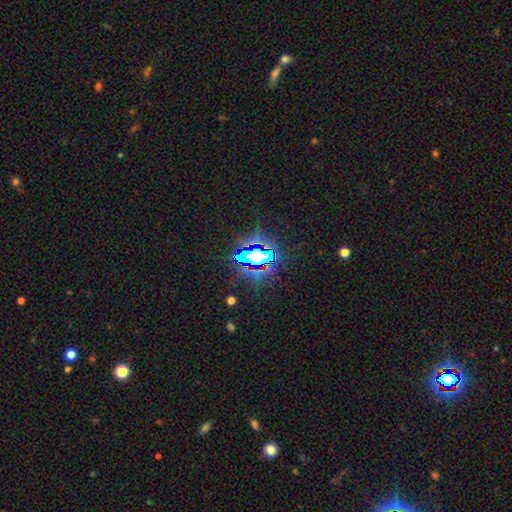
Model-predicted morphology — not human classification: Smooth or featured?
  - star or artifact: 69% *
  - smooth: 18%
  - featured or disk: 13%